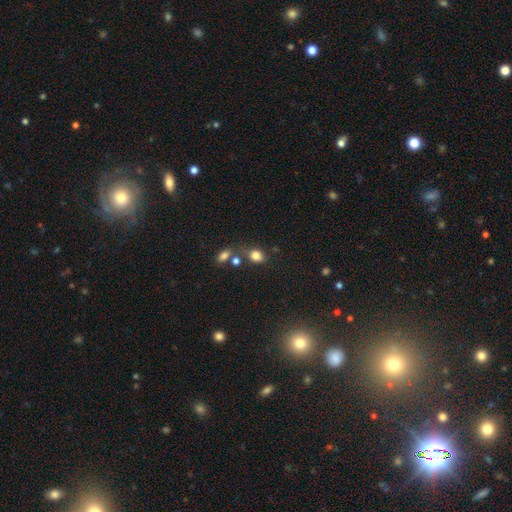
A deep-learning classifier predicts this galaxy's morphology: type=smooth (81%); roundness=in between (59%); merging=none (58%).